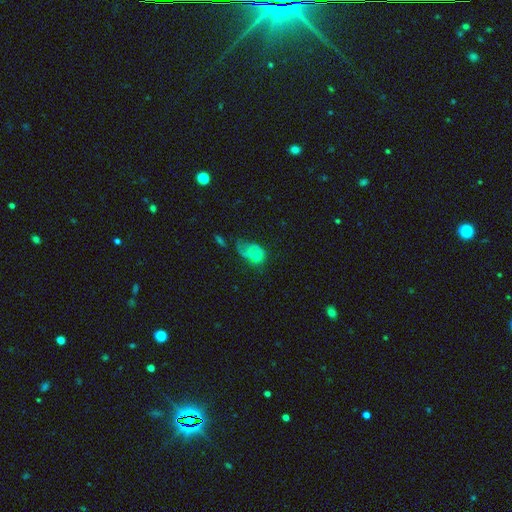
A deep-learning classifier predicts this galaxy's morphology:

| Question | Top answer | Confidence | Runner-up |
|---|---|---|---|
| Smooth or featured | smooth | 51% | featured or disk (39%) |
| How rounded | in between | 63% | round (35%) |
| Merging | major disturbance | 51% | minor disturbance (22%) |